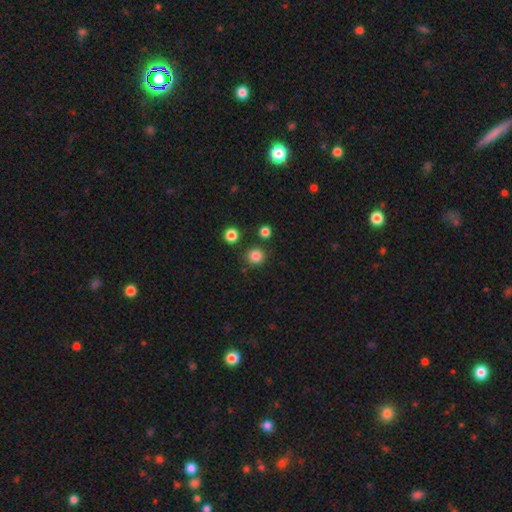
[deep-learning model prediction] Morphology: type=smooth (84%); roundness=round (93%); merging=none (87%).